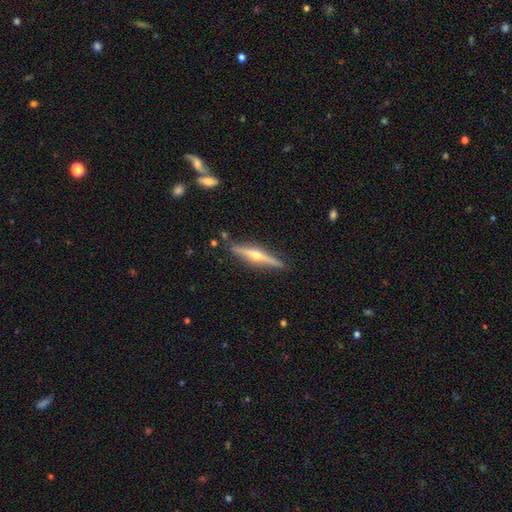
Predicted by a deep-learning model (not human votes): featured or disk 77%, smooth 18%, star or artifact 5%. Down the decision tree: edge-on disk — yes (97%); edge-on bulge — rounded (95%); merging — none (86%).